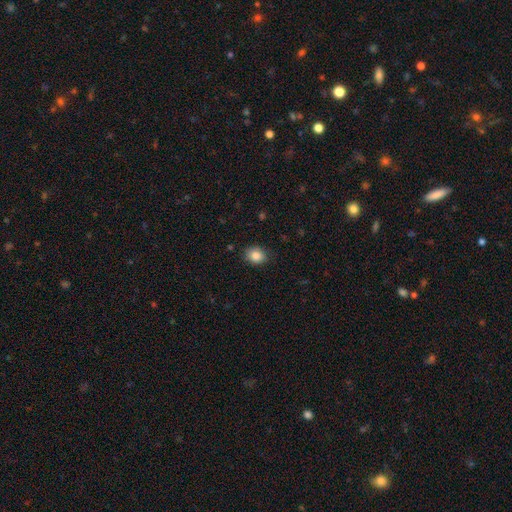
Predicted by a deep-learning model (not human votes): Q: Smooth or featured?
A: smooth (86%); runner-up: star or artifact (9%)
Q: How rounded?
A: in between (55%); runner-up: round (44%)
Q: Merging?
A: none (84%); runner-up: minor disturbance (13%)